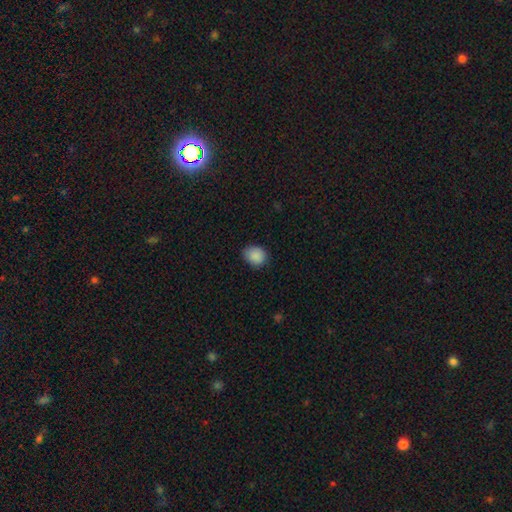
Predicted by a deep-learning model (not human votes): Smooth or featured: smooth — 88% (star or artifact — 8%)
How rounded: round — 57% (in between — 42%)
Merging: none — 80% (minor disturbance — 17%)